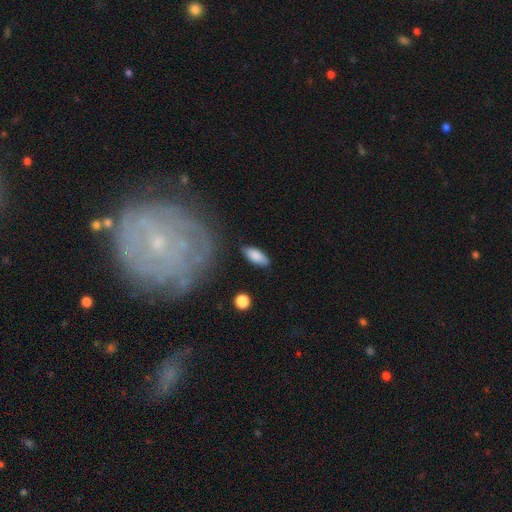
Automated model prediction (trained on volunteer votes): This appears to be a smooth galaxy with no disk features (85%) that is in between round and cigar-shaped (81%). Merging: none (83%).